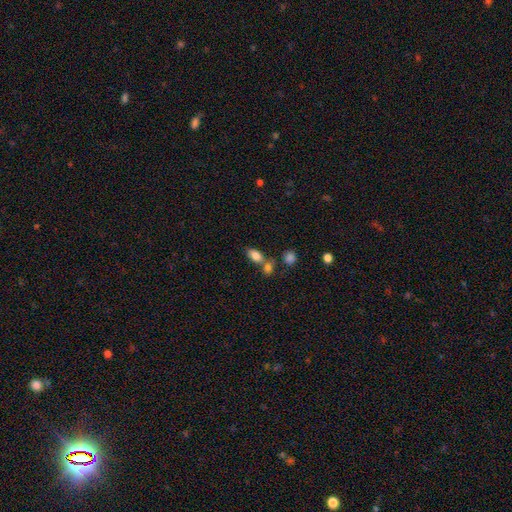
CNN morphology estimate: A smooth galaxy with no disk features (82%) that is in between round and cigar-shaped (87%).

Vote fractions:
- Smooth or featured? smooth: 82% / star or artifact: 9% / featured or disk: 8%
- How rounded? in between: 87% / round: 9% / cigar-shaped: 3%
- Merging? none: 51% / merger: 34% / minor disturbance: 11% / major disturbance: 4%